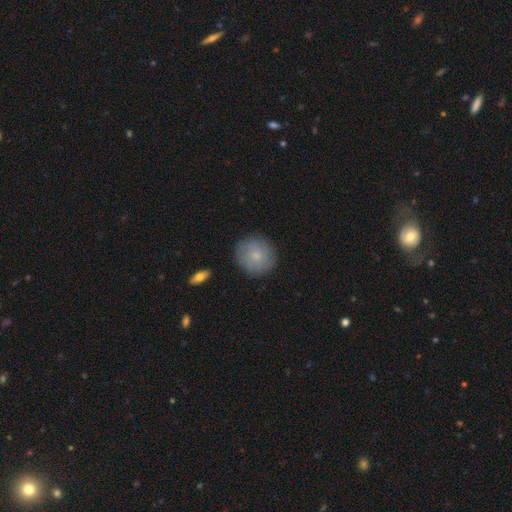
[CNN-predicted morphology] Overall: smooth (72%). How rounded: round (92%). Merging: none (85%).